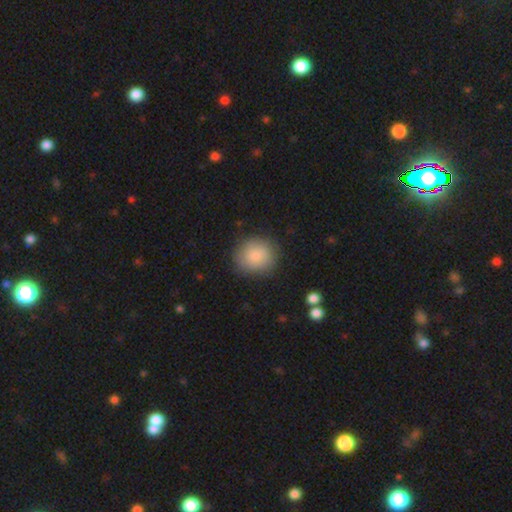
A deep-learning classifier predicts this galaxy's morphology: Q: Smooth or featured?
A: smooth (83%); runner-up: featured or disk (9%)
Q: How rounded?
A: round (86%); runner-up: in between (13%)
Q: Merging?
A: none (83%); runner-up: minor disturbance (11%)